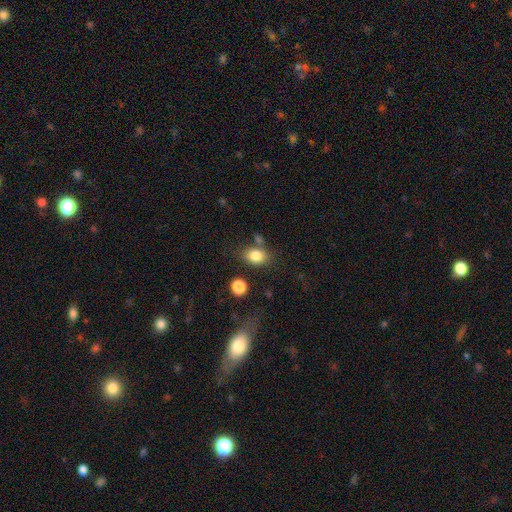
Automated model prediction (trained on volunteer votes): Smooth or featured? Predicted: smooth (p=0.82). How rounded? Predicted: in between (p=0.64). Merging? Predicted: none (p=0.68).